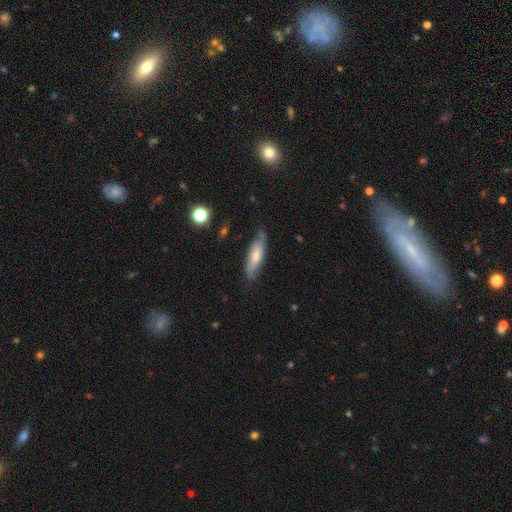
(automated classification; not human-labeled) The model was most divided on "how rounded": cigar-shaped: 60%, in between: 38%, round: 2%. More confident: merging — none (73%); smooth or featured — smooth (64%).